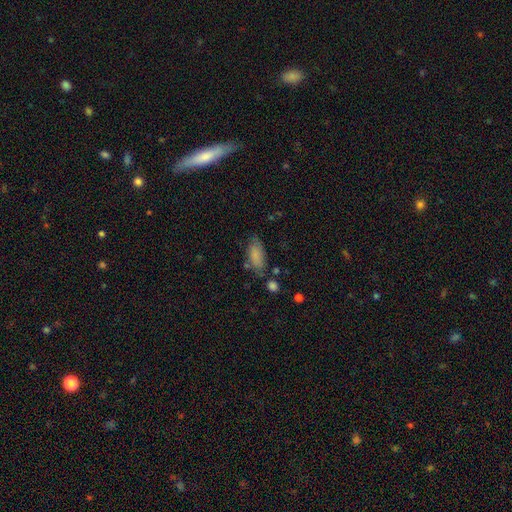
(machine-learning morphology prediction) This is clearly a smooth galaxy (83%). How rounded: clearly in between (84%). Merging: likely none (66%).